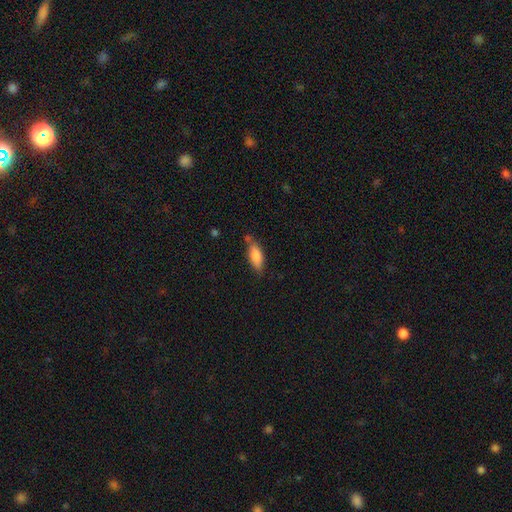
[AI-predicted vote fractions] Overall: smooth (80%). How rounded: in between (71%). Merging: none (68%).